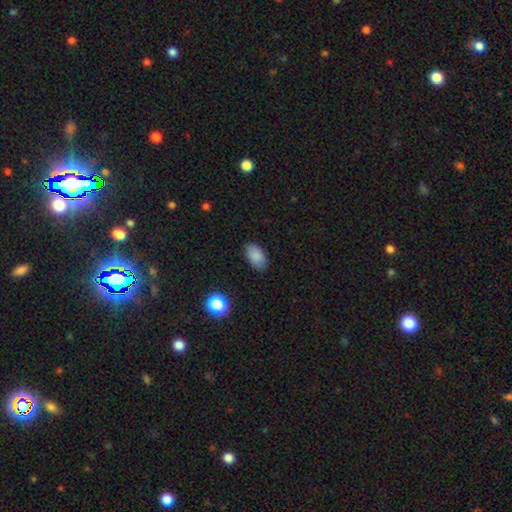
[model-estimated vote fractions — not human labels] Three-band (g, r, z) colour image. It shows a smooth galaxy with no disk features (85%) that is in between round and cigar-shaped (92%). Merging: none (85%).